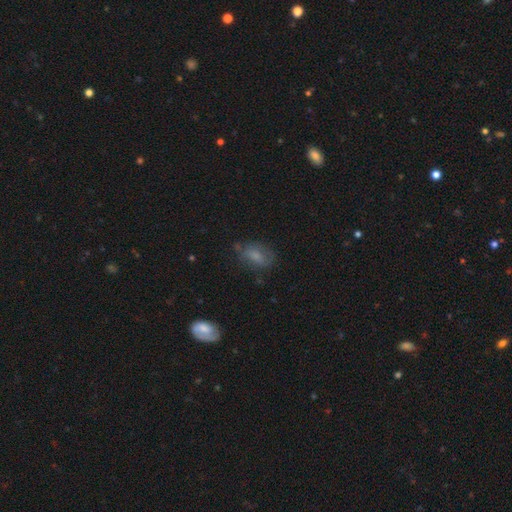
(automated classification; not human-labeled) Smooth or featured? Predicted: smooth (p=0.67). How rounded? Predicted: in between (p=0.84). Merging? Predicted: none (p=0.60).